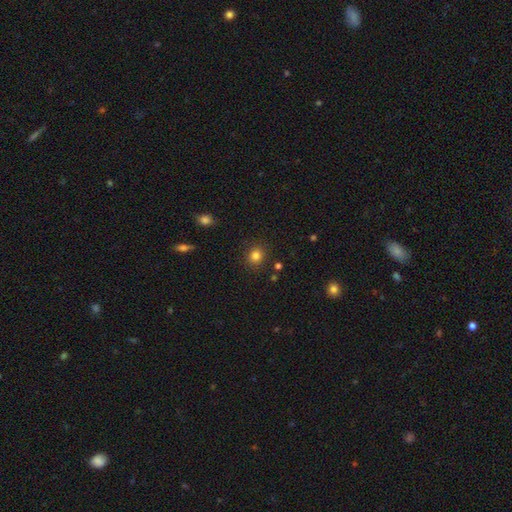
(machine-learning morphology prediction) A smooth galaxy with no disk features (82%) that is round (82%).

Vote fractions:
- Smooth or featured? smooth: 82% / star or artifact: 13% / featured or disk: 5%
- How rounded? round: 82% / in between: 17% / cigar-shaped: 1%
- Merging? none: 88% / minor disturbance: 8% / major disturbance: 3% / merger: 2%